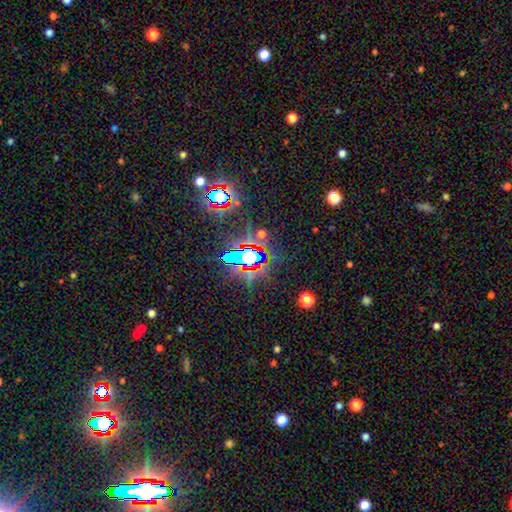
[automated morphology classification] type=star or artifact (84%).